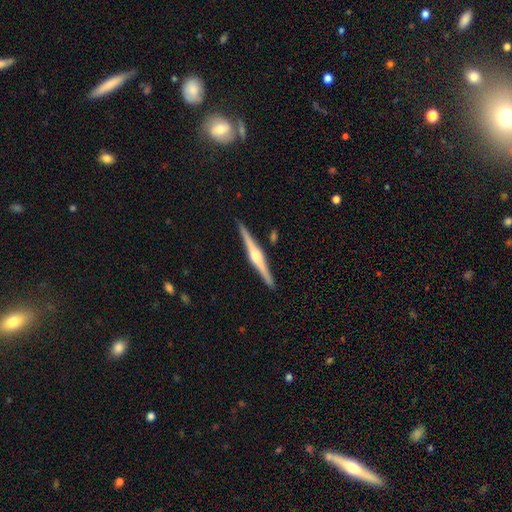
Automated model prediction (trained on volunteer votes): smooth_or_featured: featured or disk (p=0.82) [alt: smooth p=0.13]
disk_edge_on: yes (p=0.99) [alt: no p=0.01]
edge_on_bulge: rounded (p=0.85) [alt: boxy p=0.11]
merging: none (p=0.91) [alt: minor disturbance p=0.06]